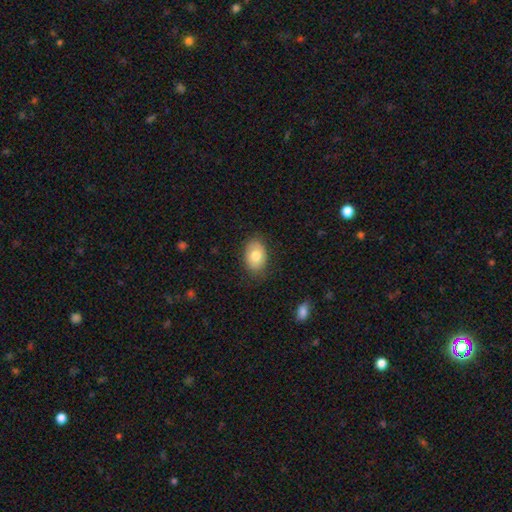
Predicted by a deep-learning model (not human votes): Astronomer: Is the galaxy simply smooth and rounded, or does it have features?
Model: smooth — 75%.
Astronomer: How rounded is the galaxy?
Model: in between — 79%.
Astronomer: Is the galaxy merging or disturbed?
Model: none — 82%.